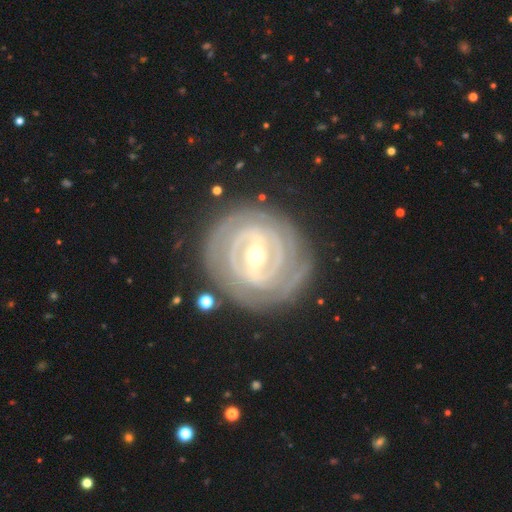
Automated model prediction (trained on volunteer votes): Overall: featured or disk (90%). Edge-on disk: no (96%). Bar: strong (56%; weak 33%). Spiral arms: yes (95%). Spiral arm count: 2 (38%; can't tell 24%). Spiral winding: tight (85%). Bulge size: moderate (53%; small 43%). Merging: none (83%).